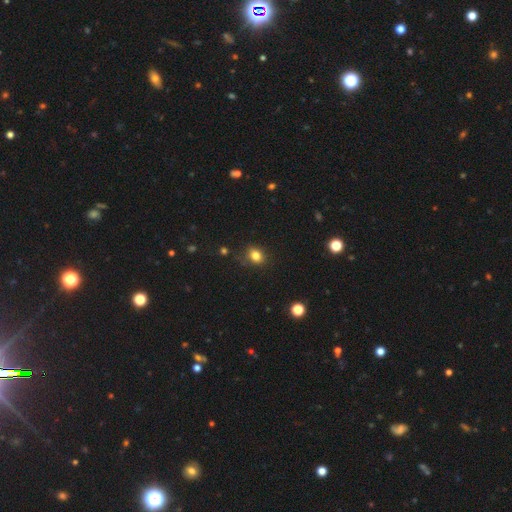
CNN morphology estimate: smooth_or_featured: smooth (p=0.81) [alt: star or artifact p=0.13]
how_rounded: round (p=0.58) [alt: in between p=0.41]
merging: none (p=0.78) [alt: minor disturbance p=0.16]